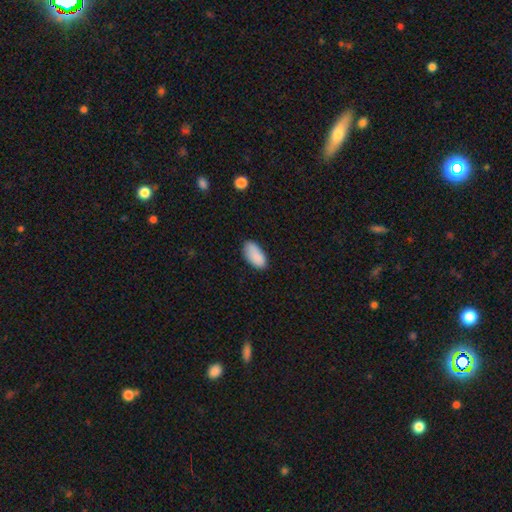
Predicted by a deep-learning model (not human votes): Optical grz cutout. It shows a smooth galaxy with no disk features (89%) that is in between round and cigar-shaped (94%). Merging: none (76%).